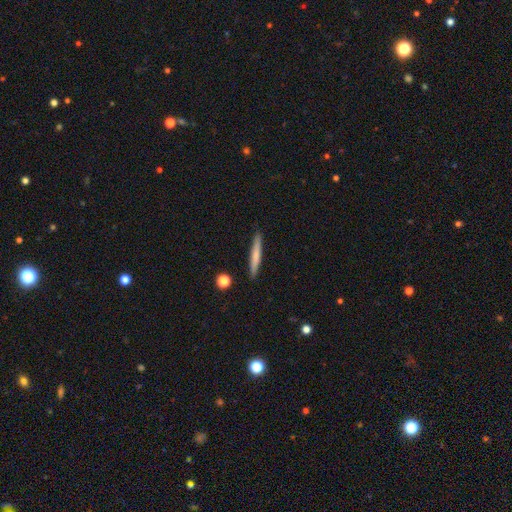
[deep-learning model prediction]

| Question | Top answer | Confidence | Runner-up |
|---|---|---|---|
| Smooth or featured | smooth | 64% | featured or disk (30%) |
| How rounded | cigar-shaped | 95% | in between (3%) |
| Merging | none | 90% | minor disturbance (7%) |